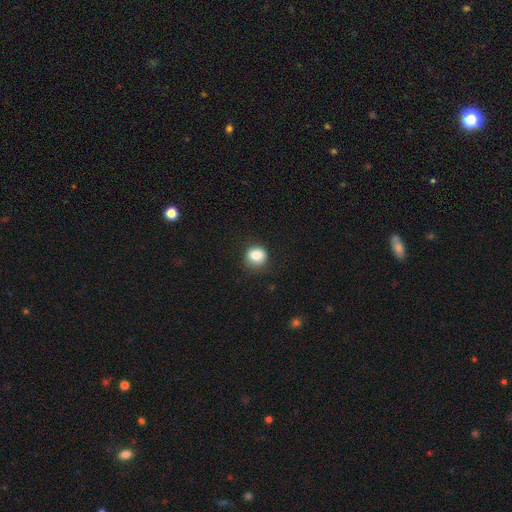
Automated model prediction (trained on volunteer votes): smooth 84%, star or artifact 10%, featured or disk 6%. Down the decision tree: how rounded — round (83%); merging — none (80%).